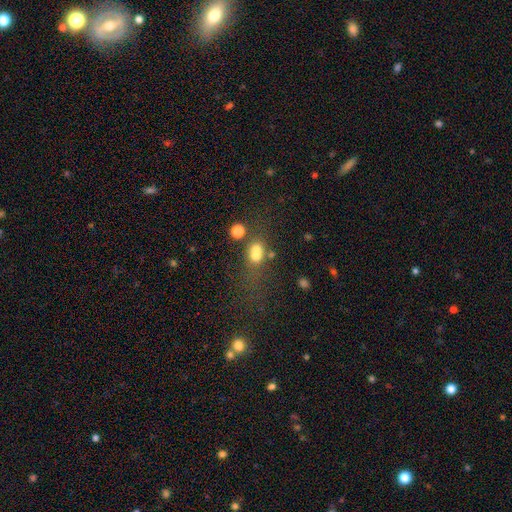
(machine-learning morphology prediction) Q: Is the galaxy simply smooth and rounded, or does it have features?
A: smooth — 63%.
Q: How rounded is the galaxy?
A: round — 48%.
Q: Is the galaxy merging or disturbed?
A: merger — 48%.